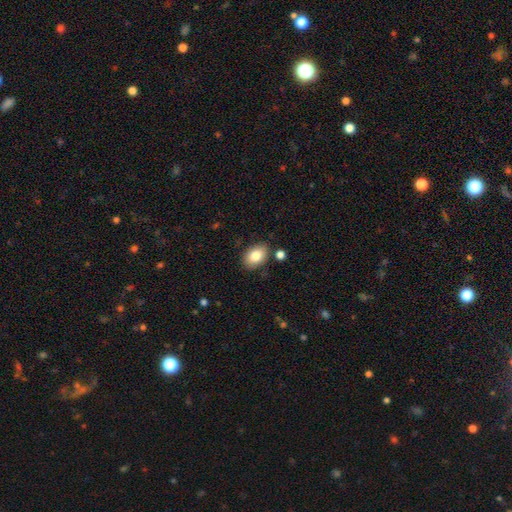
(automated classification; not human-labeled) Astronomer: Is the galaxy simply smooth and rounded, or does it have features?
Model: smooth — 82%.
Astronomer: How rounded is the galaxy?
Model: in between — 82%.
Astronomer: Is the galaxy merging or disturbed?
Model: none — 82%.